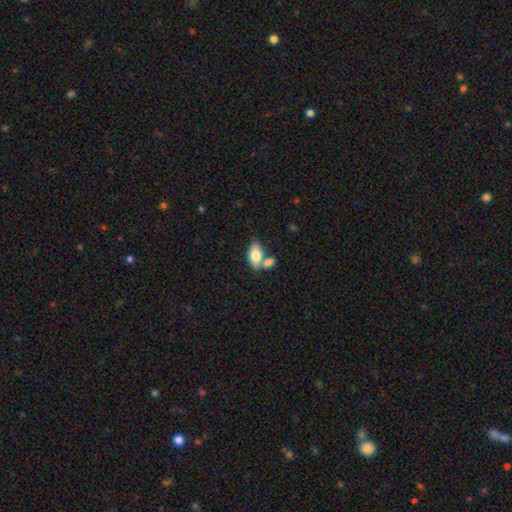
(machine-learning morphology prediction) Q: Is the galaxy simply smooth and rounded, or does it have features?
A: smooth — 78%.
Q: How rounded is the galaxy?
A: in between — 92%.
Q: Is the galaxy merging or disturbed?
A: none — 47%.